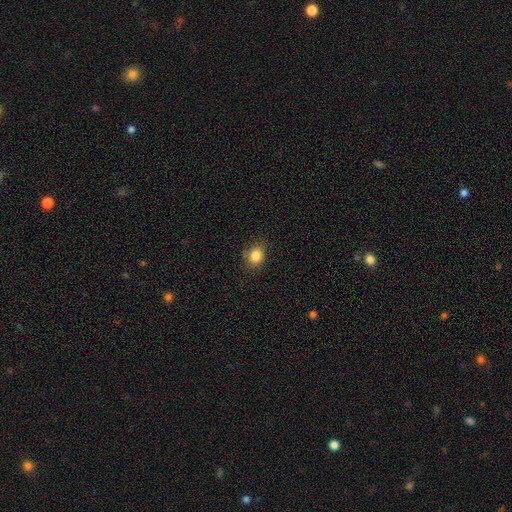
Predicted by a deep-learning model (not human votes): Q: Smooth or featured?
A: smooth (83%); runner-up: star or artifact (11%)
Q: How rounded?
A: round (51%); runner-up: in between (48%)
Q: Merging?
A: none (79%); runner-up: minor disturbance (16%)